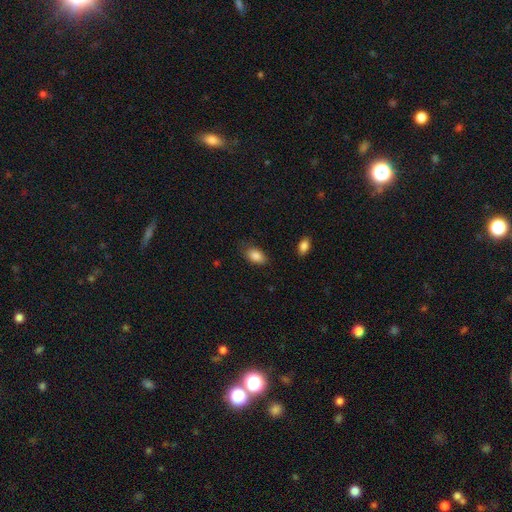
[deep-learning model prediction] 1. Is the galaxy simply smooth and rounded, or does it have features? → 86% smooth, 8% star or artifact, 6% featured or disk.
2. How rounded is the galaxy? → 90% in between, 8% round, 2% cigar-shaped.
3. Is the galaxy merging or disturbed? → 79% none, 16% minor disturbance, 4% major disturbance, 1% merger.